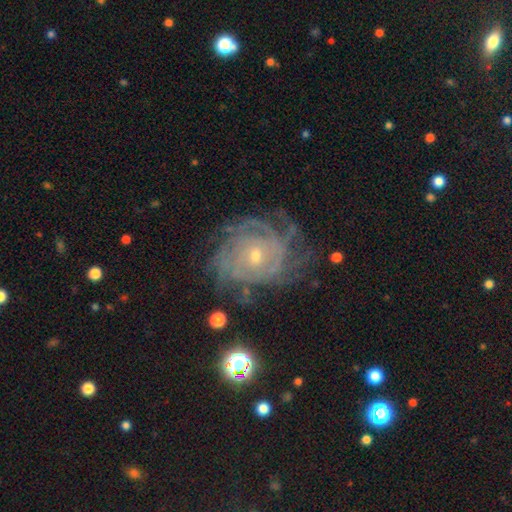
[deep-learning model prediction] A featured or disk galaxy (85%) with no bar (77%), tight (74%) spiral arms (95%) and a small central bulge (69%). Merging: none (64%).